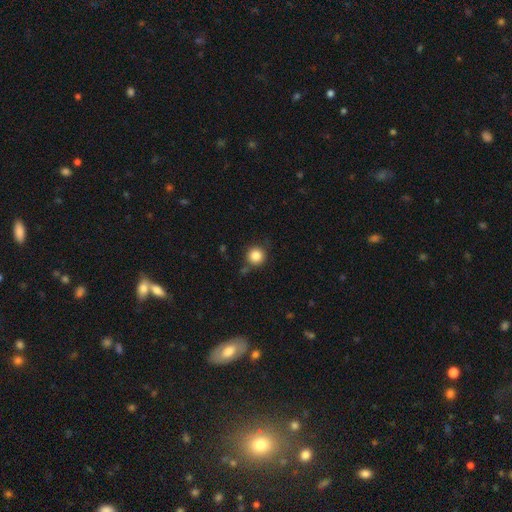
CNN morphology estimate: The model was most divided on "merging": none: 81%, minor disturbance: 11%, merger: 5%, major disturbance: 3%. More confident: how rounded — round (94%); smooth or featured — smooth (84%).